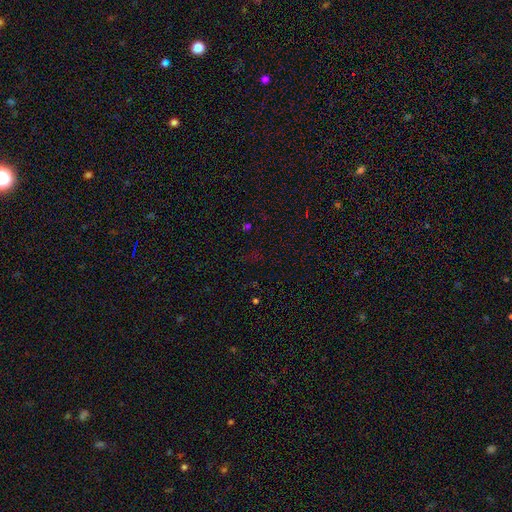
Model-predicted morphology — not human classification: Smooth or featured? Predicted: star or artifact (p=0.62).